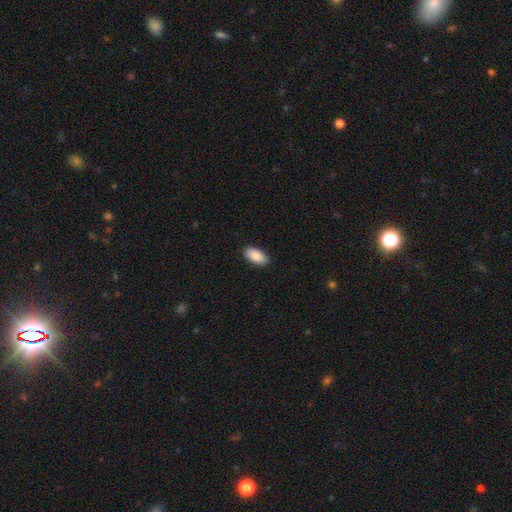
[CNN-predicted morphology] Overall: smooth (91%). How rounded: in between (94%). Merging: none (90%).